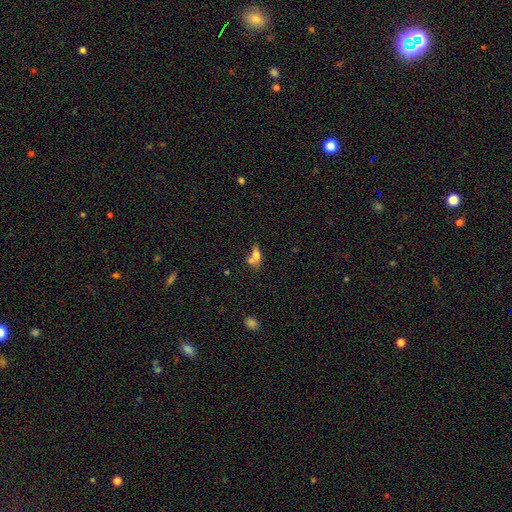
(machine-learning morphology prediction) A smooth galaxy with no disk features (64%) that is in between round and cigar-shaped (71%). Merging: merger (43%).